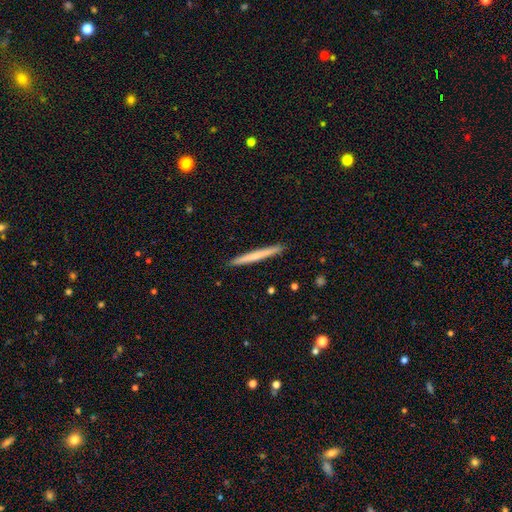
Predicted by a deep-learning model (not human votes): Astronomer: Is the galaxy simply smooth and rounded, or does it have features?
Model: smooth — 61%.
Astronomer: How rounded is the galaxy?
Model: cigar-shaped — 97%.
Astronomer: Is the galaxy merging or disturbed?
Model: none — 92%.